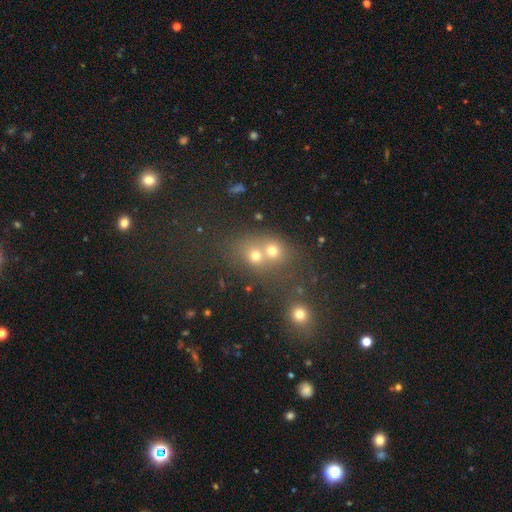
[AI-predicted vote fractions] Smooth or featured?
  - smooth: 65% *
  - star or artifact: 20%
  - featured or disk: 15%
How rounded?
  - round: 72% *
  - in between: 27%
  - cigar-shaped: 1%
Merging?
  - merger: 56% *
  - none: 34%
  - minor disturbance: 6%
  - major disturbance: 4%